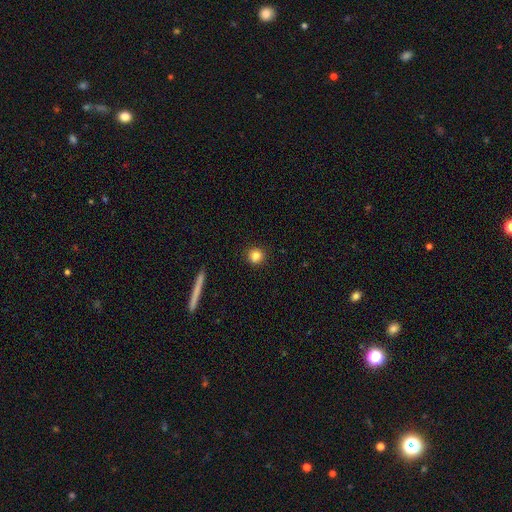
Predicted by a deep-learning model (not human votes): Smooth or featured?
  - smooth: 83% *
  - star or artifact: 11%
  - featured or disk: 6%
How rounded?
  - round: 90% *
  - in between: 8%
  - cigar-shaped: 2%
Merging?
  - none: 90% *
  - minor disturbance: 6%
  - major disturbance: 2%
  - merger: 2%